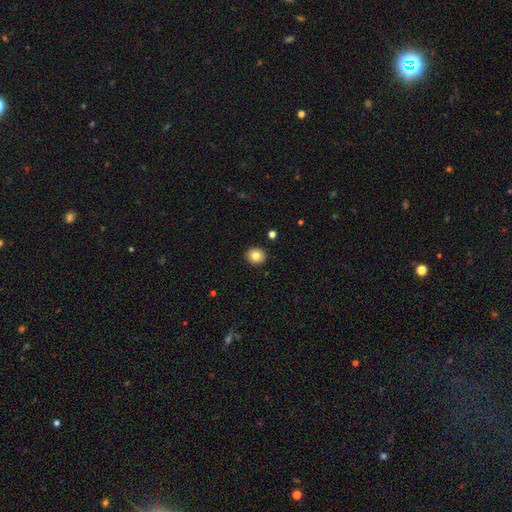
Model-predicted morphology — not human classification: Smooth or featured? Predicted: smooth (p=0.81). How rounded? Predicted: round (p=0.89). Merging? Predicted: none (p=0.92).